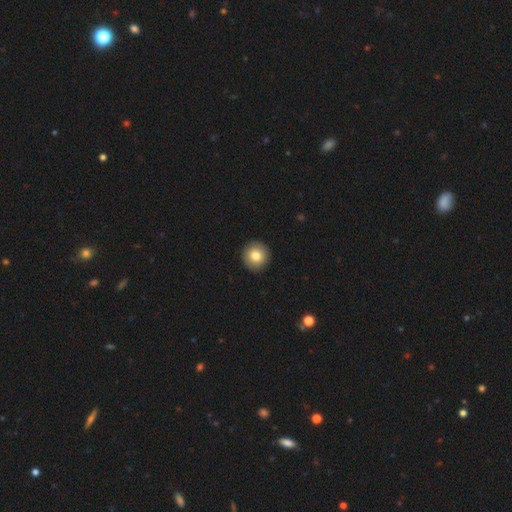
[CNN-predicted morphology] A smooth galaxy with no disk features (81%) that is round (95%).

Vote fractions:
- Smooth or featured? smooth: 81% / featured or disk: 11% / star or artifact: 8%
- How rounded? round: 95% / in between: 4% / cigar-shaped: 1%
- Merging? none: 93% / minor disturbance: 5% / major disturbance: 1% / merger: 1%